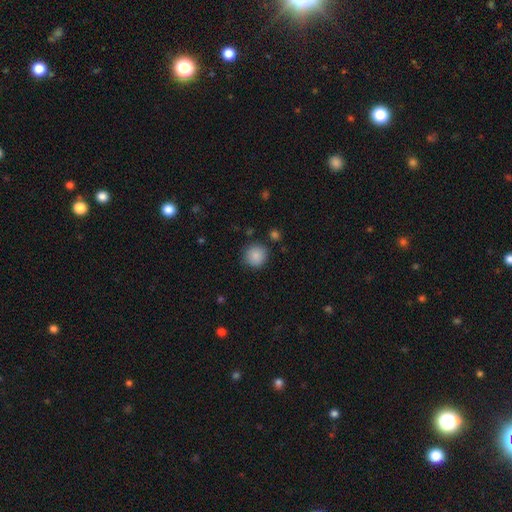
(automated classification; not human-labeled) A smooth galaxy with no disk features (87%) that is round (92%).

Vote fractions:
- Smooth or featured? smooth: 87% / star or artifact: 9% / featured or disk: 4%
- How rounded? round: 92% / in between: 7% / cigar-shaped: 1%
- Merging? none: 86% / minor disturbance: 9% / major disturbance: 3% / merger: 2%